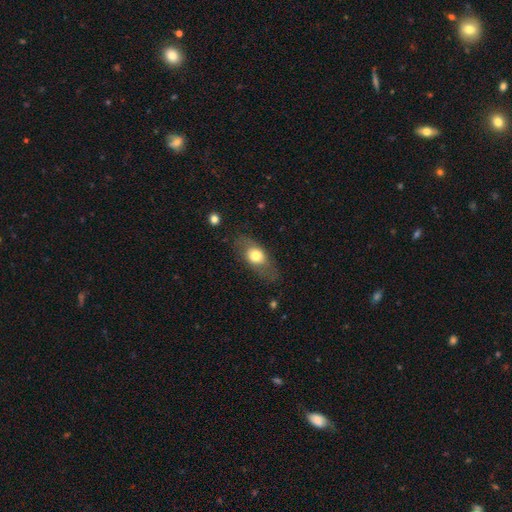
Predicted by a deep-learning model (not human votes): This appears to be a smooth galaxy with no disk features (64%) that is in between round and cigar-shaped (72%). Merging: none (73%).